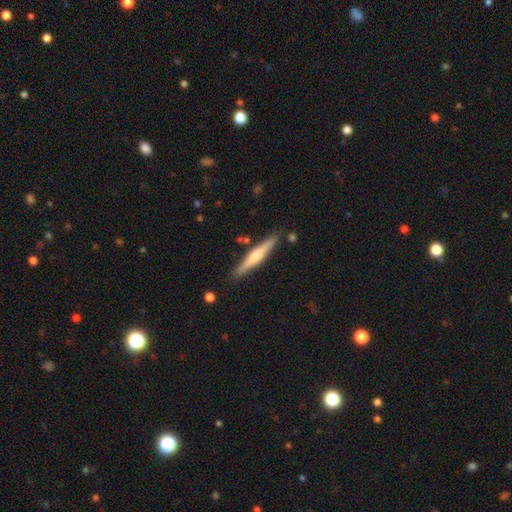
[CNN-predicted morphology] Q: Smooth or featured?
A: featured or disk (56%); runner-up: smooth (39%)
Q: Edge-on disk?
A: yes (97%); runner-up: no (3%)
Q: Edge-on bulge?
A: rounded (73%); runner-up: boxy (14%)
Q: Merging?
A: none (87%); runner-up: minor disturbance (9%)